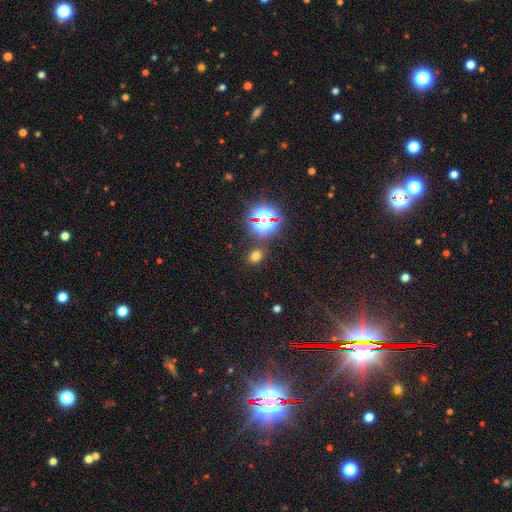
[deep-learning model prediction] Q: Smooth or featured?
A: smooth (64%); runner-up: star or artifact (29%)
Q: How rounded?
A: round (53%); runner-up: in between (45%)
Q: Merging?
A: none (83%); runner-up: minor disturbance (9%)